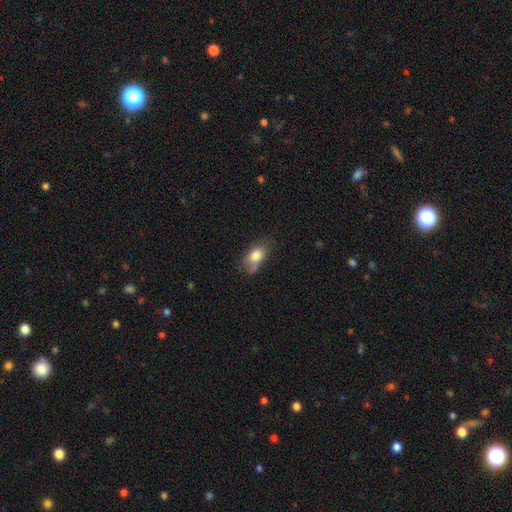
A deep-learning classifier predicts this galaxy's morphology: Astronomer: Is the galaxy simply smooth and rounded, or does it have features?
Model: smooth — 79%.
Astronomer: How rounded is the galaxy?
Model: in between — 83%.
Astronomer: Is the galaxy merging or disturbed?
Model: none — 51% (runner-up: minor disturbance, 30%).